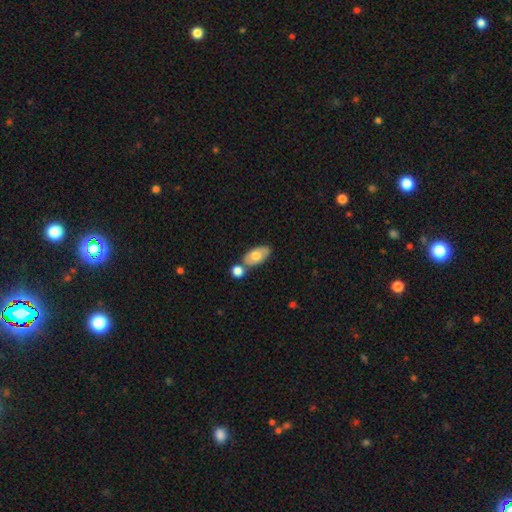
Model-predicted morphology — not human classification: Q: Smooth or featured?
A: smooth (64%); runner-up: featured or disk (30%)
Q: How rounded?
A: in between (91%); runner-up: round (5%)
Q: Merging?
A: none (55%); runner-up: merger (28%)